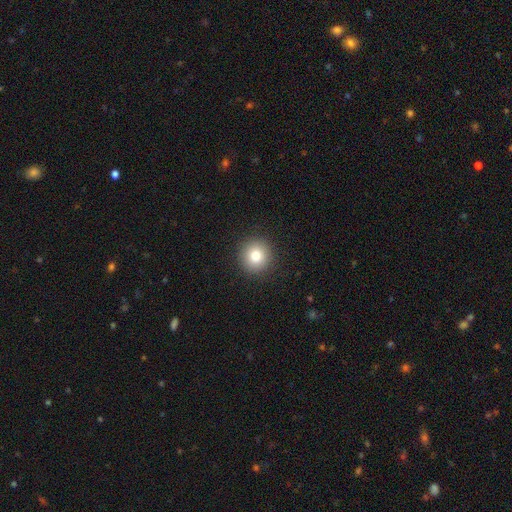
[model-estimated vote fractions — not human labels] Smooth or featured?
  - smooth: 81% *
  - star or artifact: 10%
  - featured or disk: 8%
How rounded?
  - round: 93% *
  - in between: 6%
  - cigar-shaped: 1%
Merging?
  - none: 92% *
  - minor disturbance: 5%
  - major disturbance: 2%
  - merger: 1%